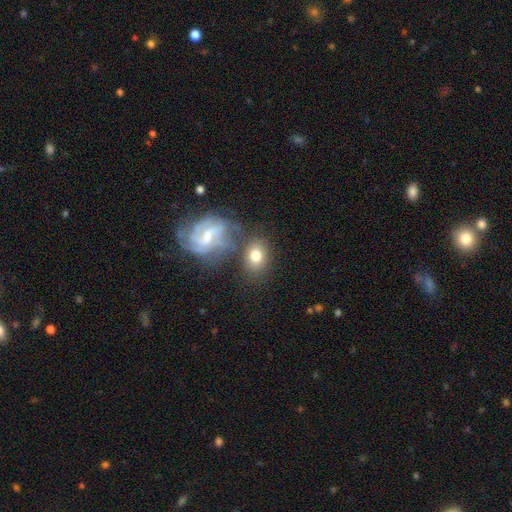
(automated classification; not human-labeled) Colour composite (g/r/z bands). It shows a smooth galaxy with no disk features (66%) that is in between round and cigar-shaped (68%). Merging: none (61%).